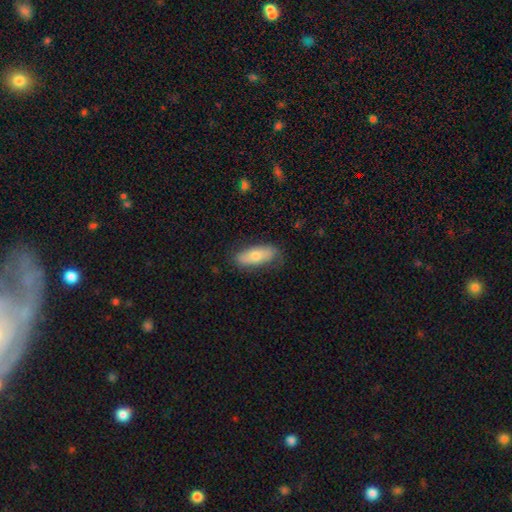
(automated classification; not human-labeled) Smooth or featured: smooth — 71% (featured or disk — 23%)
How rounded: in between — 72% (cigar-shaped — 26%)
Merging: none — 73% (minor disturbance — 21%)